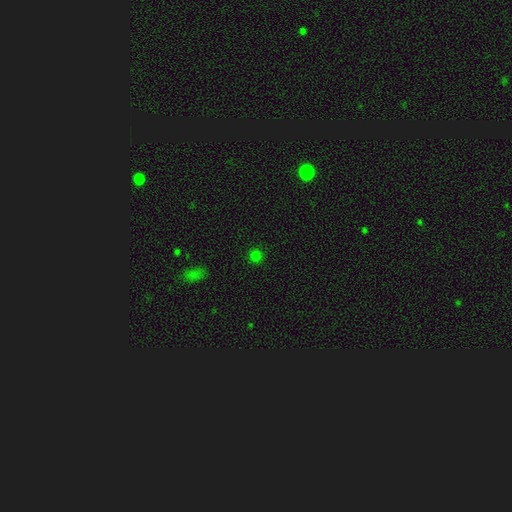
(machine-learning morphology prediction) This appears to be a smooth galaxy with no disk features (76%) that is round (93%). Merging: none (91%).